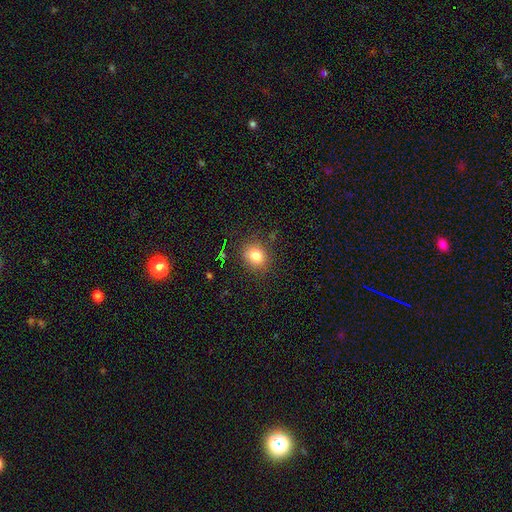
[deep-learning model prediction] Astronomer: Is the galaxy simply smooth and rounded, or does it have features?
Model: smooth — 80%.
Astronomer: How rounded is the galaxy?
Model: round — 67%.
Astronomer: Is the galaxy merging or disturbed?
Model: none — 83%.